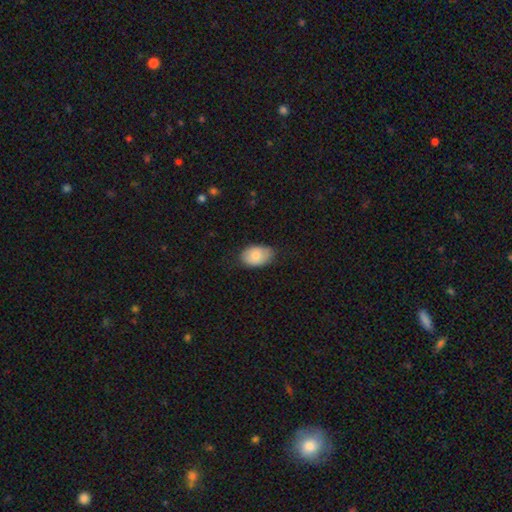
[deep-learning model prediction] A smooth galaxy with no disk features (80%) that is in between round and cigar-shaped (88%). Merging: none (71%).